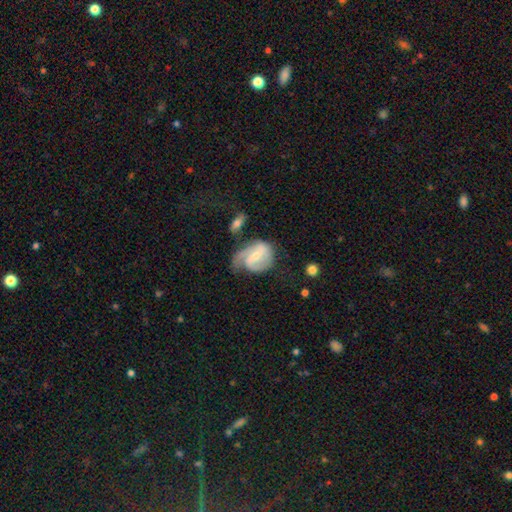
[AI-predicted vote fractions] smooth_or_featured: featured or disk (p=0.78) [alt: smooth p=0.17]
disk_edge_on: no (p=0.97) [alt: yes p=0.03]
bar: weak (p=0.49) [alt: strong p=0.27]
has_spiral_arms: yes (p=0.91) [alt: no p=0.09]
spiral_winding: medium (p=0.44) [alt: tight p=0.35]
spiral_arm_count: 2 (p=0.50) [alt: 1 p=0.31]
bulge_size: small (p=0.56) [alt: moderate p=0.38]
merging: none (p=0.39) [alt: minor disturbance p=0.28]